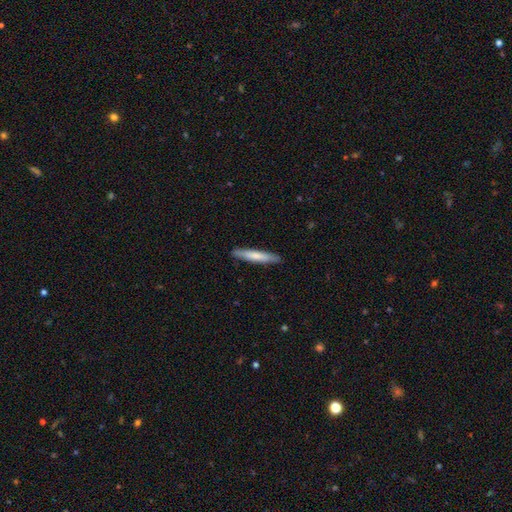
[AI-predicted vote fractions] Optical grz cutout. It shows a smooth galaxy with no disk features (71%) that is cigar-shaped (93%). Merging: none (89%).